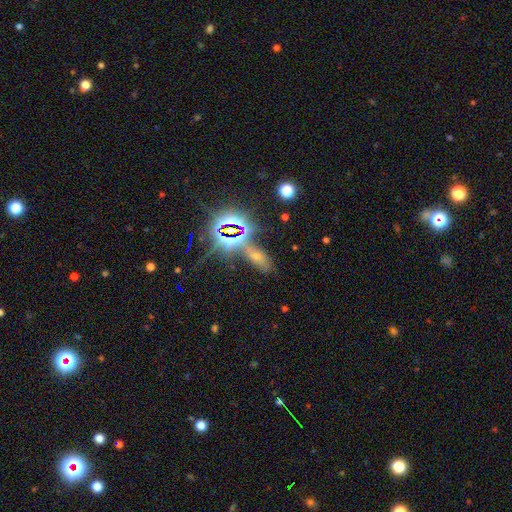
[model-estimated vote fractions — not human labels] Overall: star or artifact (48%; smooth 36%).